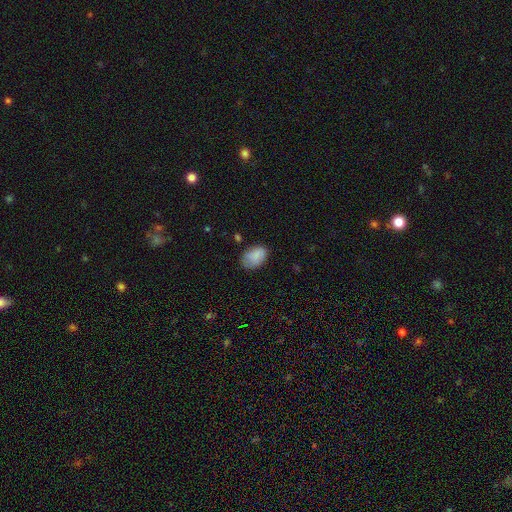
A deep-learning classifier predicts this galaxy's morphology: smooth-or-featured: smooth: 83% | featured or disk: 9% | star or artifact: 8%
  how-rounded: in between: 85% | round: 14% | cigar-shaped: 1%
  merging: none: 65% | minor disturbance: 27% | major disturbance: 6% | merger: 2%